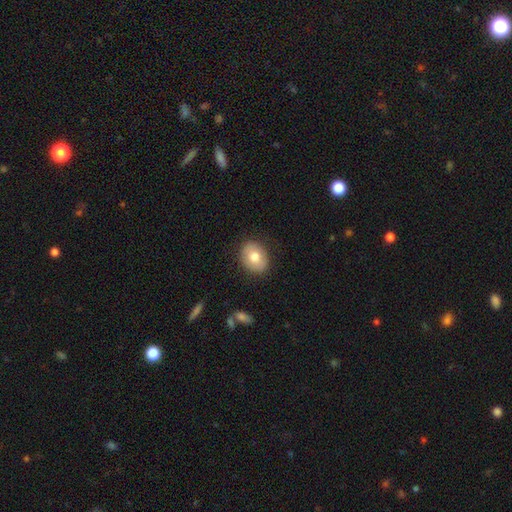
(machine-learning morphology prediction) This is likely a smooth galaxy (76%). How rounded: possibly in between (53%). Merging: clearly none (86%).